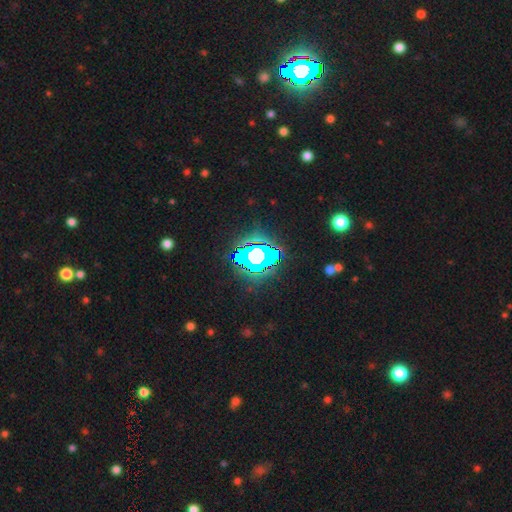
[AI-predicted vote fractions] Smooth or featured? star or artifact (57%)